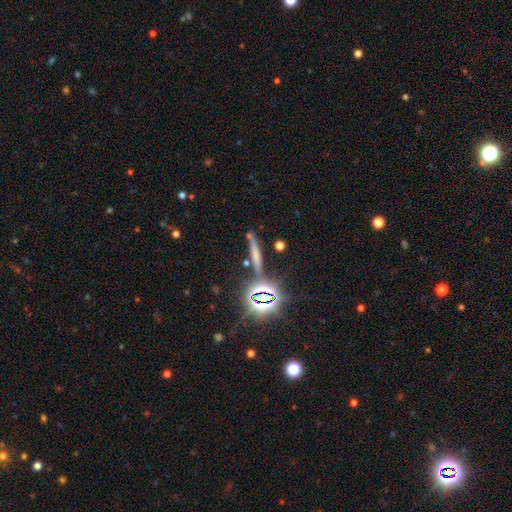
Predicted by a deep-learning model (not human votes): A smooth galaxy with no disk features (49%).

Vote fractions:
- Smooth or featured? smooth: 49% / star or artifact: 26% / featured or disk: 25%
- Merging? none: 77% / minor disturbance: 11% / merger: 9% / major disturbance: 4%